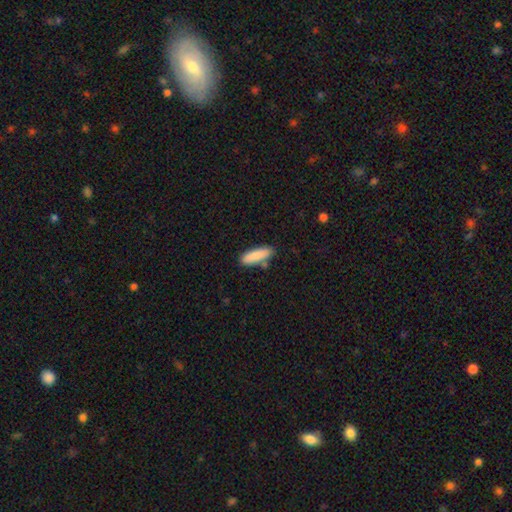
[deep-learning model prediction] smooth_or_featured: smooth (p=0.86) [alt: featured or disk p=0.08]
how_rounded: cigar-shaped (p=0.56) [alt: in between p=0.43]
merging: none (p=0.79) [alt: minor disturbance p=0.13]